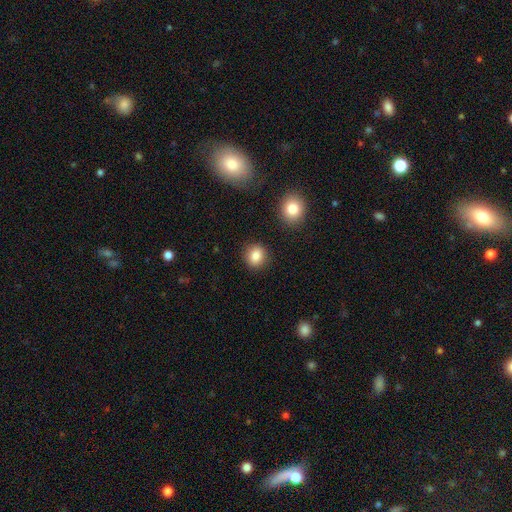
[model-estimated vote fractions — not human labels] Smooth or featured: smooth — 85% (star or artifact — 10%)
How rounded: round — 84% (in between — 15%)
Merging: none — 89% (minor disturbance — 7%)